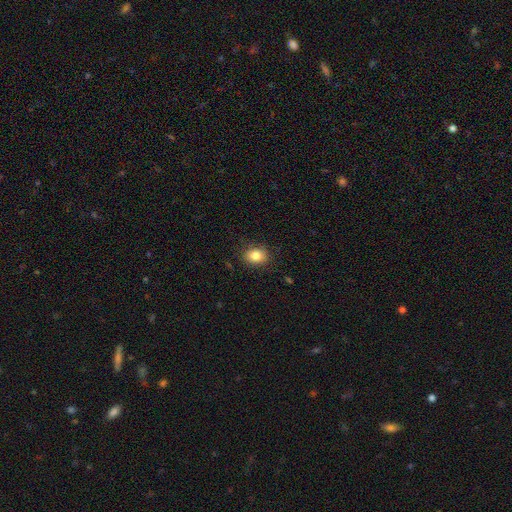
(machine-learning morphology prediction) Smooth or featured?
  - smooth: 83% *
  - star or artifact: 10%
  - featured or disk: 7%
How rounded?
  - round: 50% *
  - in between: 49%
  - cigar-shaped: 1%
Merging?
  - none: 86% *
  - minor disturbance: 10%
  - major disturbance: 3%
  - merger: 1%